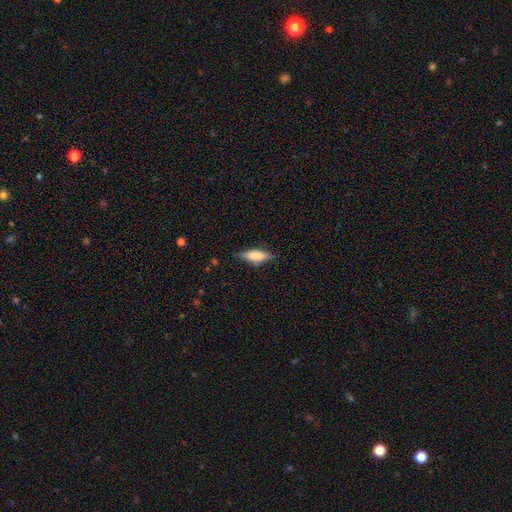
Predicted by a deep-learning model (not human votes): smooth-or-featured: smooth: 64% | featured or disk: 29% | star or artifact: 6%
  how-rounded: cigar-shaped: 55% | in between: 43% | round: 2%
  merging: none: 81% | minor disturbance: 14% | major disturbance: 3% | merger: 2%